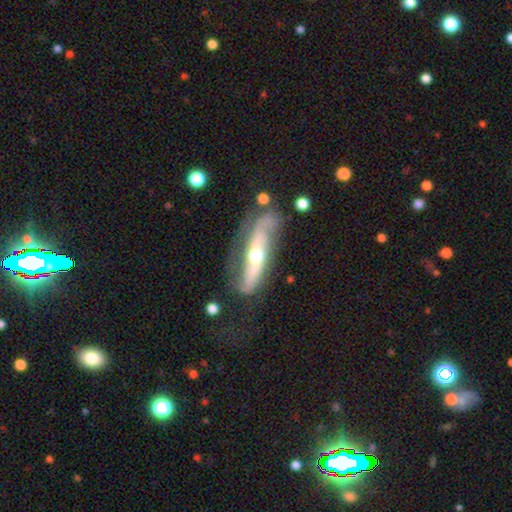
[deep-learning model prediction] Overall: featured or disk (77%). Edge-on disk: no (68%; yes 32%). Bar: no (50%; strong 30%). Spiral arms: yes (82%). Bulge size: moderate (64%; small 27%). Merging: none (52%; minor disturbance 24%).